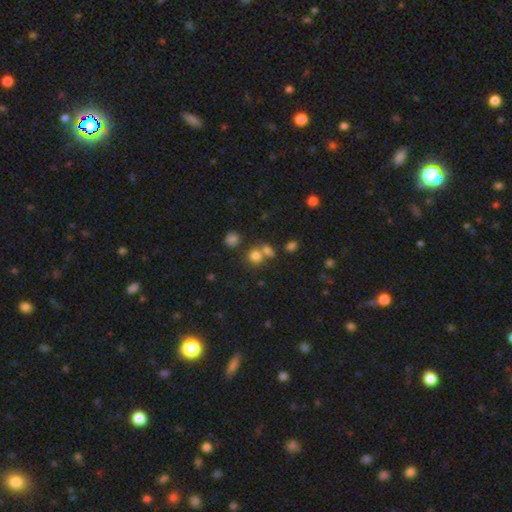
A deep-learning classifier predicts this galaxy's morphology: smooth_or_featured: smooth (p=0.75) [alt: star or artifact p=0.17]
how_rounded: round (p=0.80) [alt: in between p=0.18]
merging: none (p=0.55) [alt: merger p=0.31]